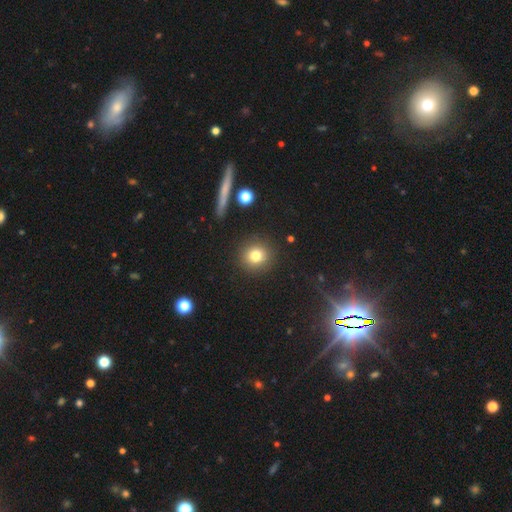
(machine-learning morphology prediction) smooth-or-featured: smooth: 79% | star or artifact: 12% | featured or disk: 9%
  how-rounded: round: 91% | in between: 8% | cigar-shaped: 1%
  merging: none: 89% | minor disturbance: 6% | major disturbance: 3% | merger: 2%